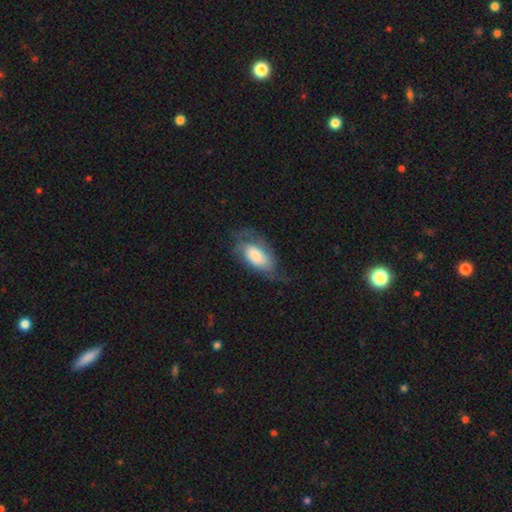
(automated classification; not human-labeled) smooth_or_featured: smooth (p=0.48) [alt: featured or disk p=0.45]
merging: none (p=0.53) [alt: minor disturbance p=0.26]